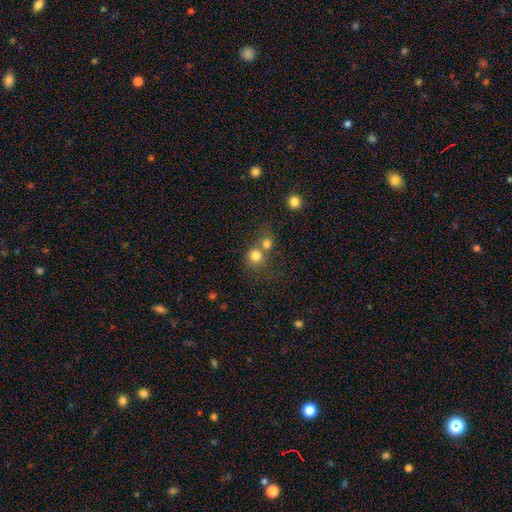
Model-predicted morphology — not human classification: Q: Smooth or featured?
A: smooth (78%); runner-up: star or artifact (13%)
Q: How rounded?
A: round (87%); runner-up: in between (12%)
Q: Merging?
A: merger (46%); runner-up: none (44%)